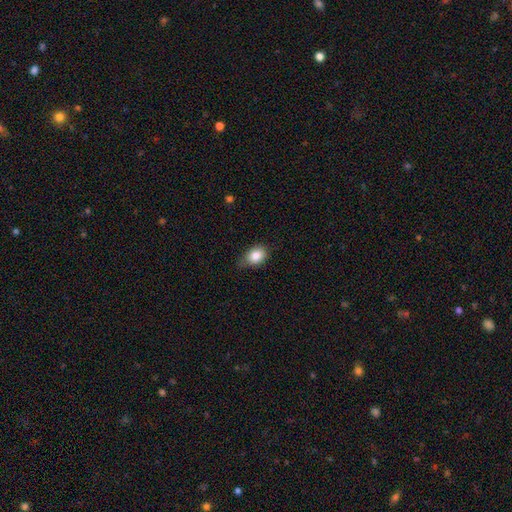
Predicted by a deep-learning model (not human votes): smooth-or-featured: smooth: 84% | star or artifact: 9% | featured or disk: 7%
  how-rounded: in between: 67% | round: 32% | cigar-shaped: 1%
  merging: none: 59% | minor disturbance: 33% | major disturbance: 6% | merger: 1%